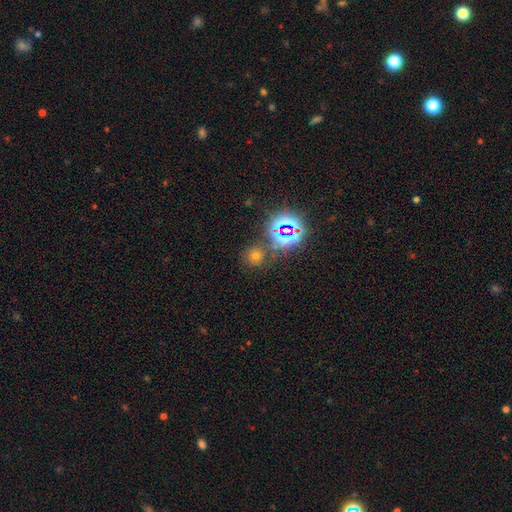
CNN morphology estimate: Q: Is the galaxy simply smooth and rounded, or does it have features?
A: smooth — 53%.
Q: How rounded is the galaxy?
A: round — 88%.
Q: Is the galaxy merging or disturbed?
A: none — 77%.